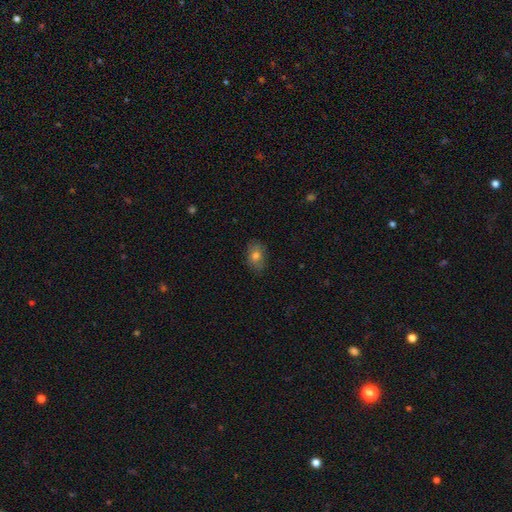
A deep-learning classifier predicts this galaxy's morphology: smooth_or_featured: smooth (p=0.76) [alt: featured or disk p=0.14]
how_rounded: in between (p=0.77) [alt: round p=0.21]
merging: none (p=0.79) [alt: minor disturbance p=0.16]